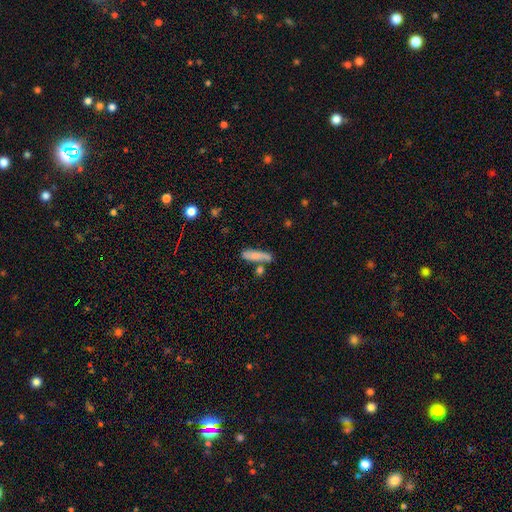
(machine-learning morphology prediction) Smooth or featured? smooth (76%)
How rounded? cigar-shaped (70%)
Merging? none (60%)